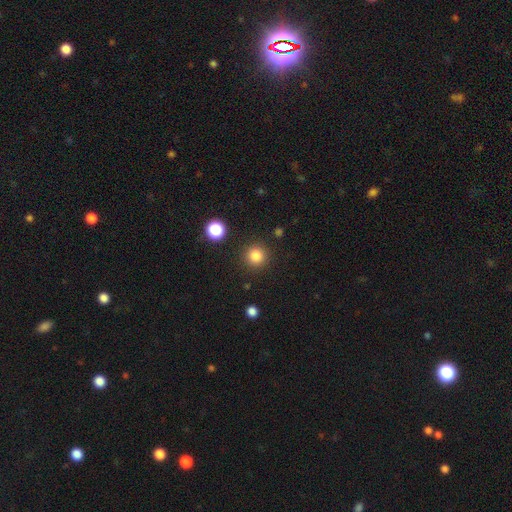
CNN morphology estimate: Smooth or featured?
  - smooth: 83% *
  - star or artifact: 12%
  - featured or disk: 5%
How rounded?
  - round: 94% *
  - in between: 5%
  - cigar-shaped: 1%
Merging?
  - none: 90% *
  - minor disturbance: 6%
  - major disturbance: 3%
  - merger: 2%